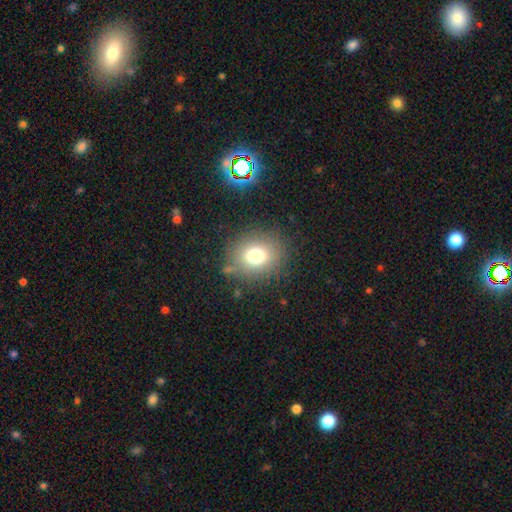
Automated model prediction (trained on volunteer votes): Smooth or featured? smooth (74%)
How rounded? round (68%)
Merging? none (82%)